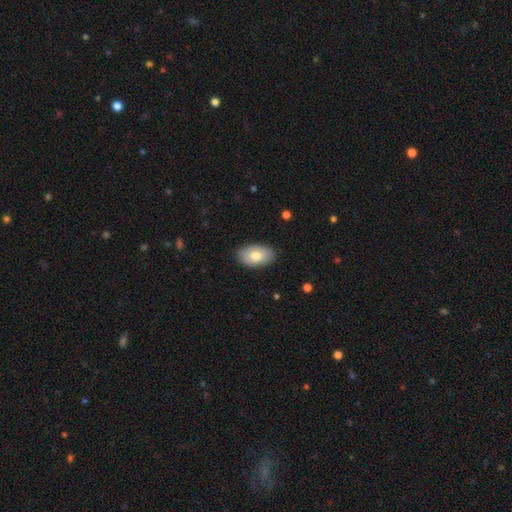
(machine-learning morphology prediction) This is likely a smooth galaxy (78%). How rounded: clearly in between (94%). Merging: clearly none (87%).